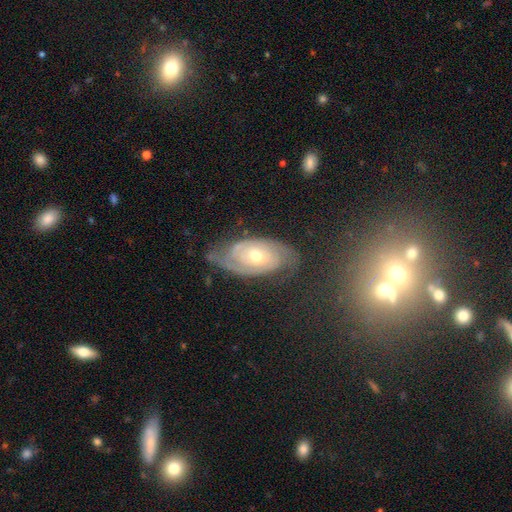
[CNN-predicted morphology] smooth-or-featured: featured or disk: 82% | smooth: 11% | star or artifact: 7%
  disk-edge-on: no: 95% | yes: 5%
    bar: no: 75% | weak: 20% | strong: 5%
    has-spiral-arms: yes: 93% | no: 7%
      spiral-winding: tight: 67% | medium: 25% | loose: 8%
      spiral-arm-count: 2: 64% | can't tell: 20% | 3: 7% | 1: 4% | 4: 3% | more than 4: 2%
    bulge-size: moderate: 68% | small: 28% | large: 3% | none: 1% | dominant: 1%
  merging: none: 67% | minor disturbance: 23% | major disturbance: 8% | merger: 2%